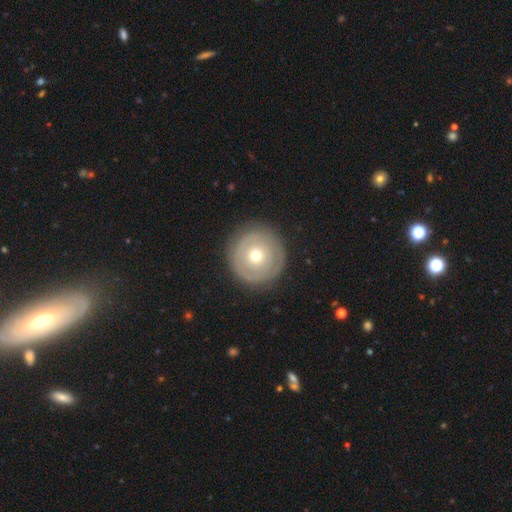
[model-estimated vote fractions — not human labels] This appears to be a smooth galaxy with no disk features (47%, tied with featured or disk). Merging: none (86%).